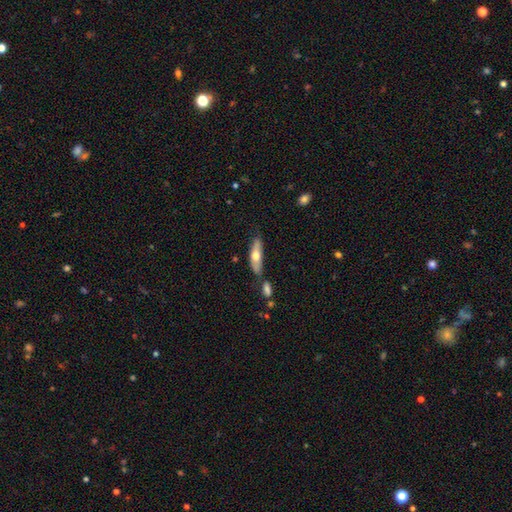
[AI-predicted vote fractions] A smooth galaxy with no disk features (57%) that is cigar-shaped (58%). Merging: none (62%).